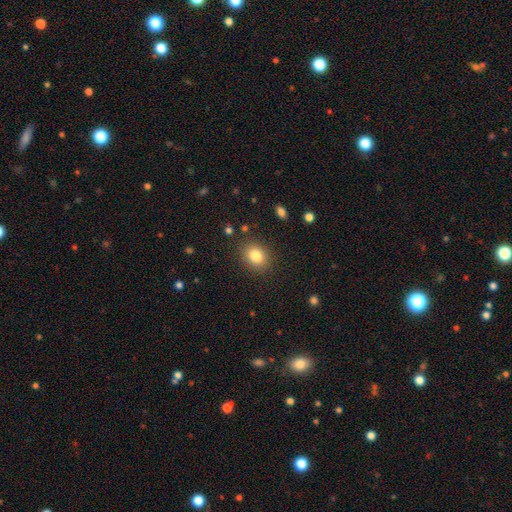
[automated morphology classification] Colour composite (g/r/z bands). It shows a smooth galaxy with no disk features (82%) that is round (51%). Merging: none (87%).